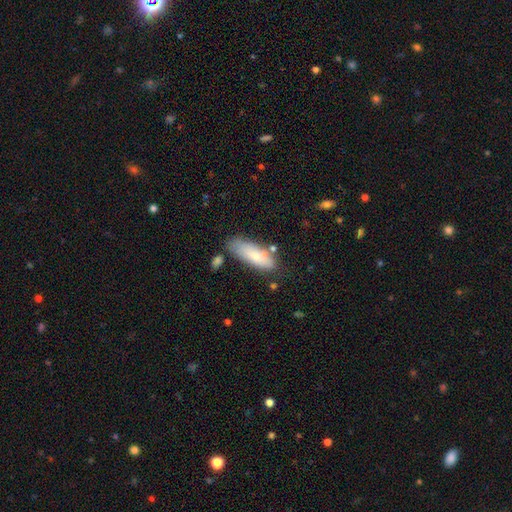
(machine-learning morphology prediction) Smooth or featured?
  - smooth: 76% *
  - featured or disk: 18%
  - star or artifact: 6%
How rounded?
  - in between: 65% *
  - cigar-shaped: 33%
  - round: 2%
Merging?
  - none: 68% *
  - minor disturbance: 20%
  - merger: 7%
  - major disturbance: 5%